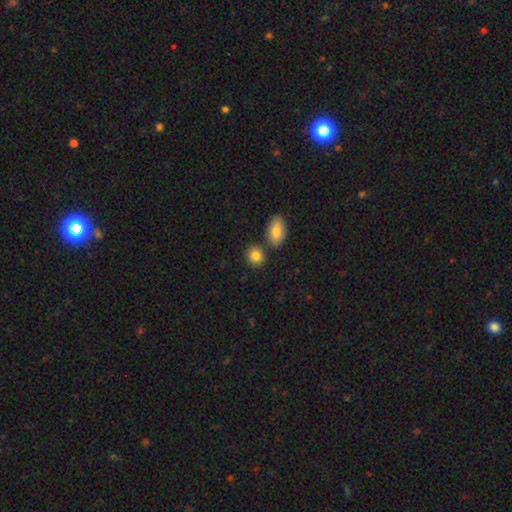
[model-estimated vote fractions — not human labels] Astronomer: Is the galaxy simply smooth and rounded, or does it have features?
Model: smooth — 85%.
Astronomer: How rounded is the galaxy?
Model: round — 66%.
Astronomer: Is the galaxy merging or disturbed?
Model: none — 74%.